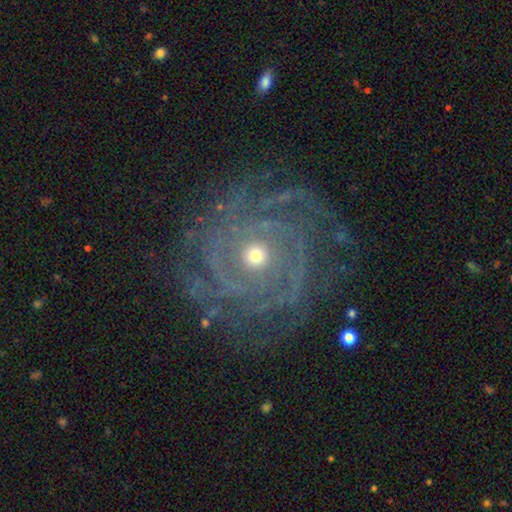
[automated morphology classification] A featured or disk galaxy (85%) with no bar (83%), tight (70%) spiral arms (94%) and a small central bulge (56%).

Vote fractions:
- Smooth or featured? featured or disk: 85% / star or artifact: 8% / smooth: 7%
- Edge-on disk? no: 97% / yes: 3%
- Bar? no: 83% / weak: 12% / strong: 5%
- Spiral arms? yes: 94% / no: 6%
- Spiral winding? tight: 70% / medium: 21% / loose: 9%
- Spiral arm count? can't tell: 26% / more than 4: 20% / 2: 15% / 4: 15% / 3: 14% / 1: 10%
- Bulge size? small: 56% / moderate: 38% / large: 3% / dominant: 1% / none: 1%
- Merging? none: 74% / minor disturbance: 14% / major disturbance: 11% / merger: 2%